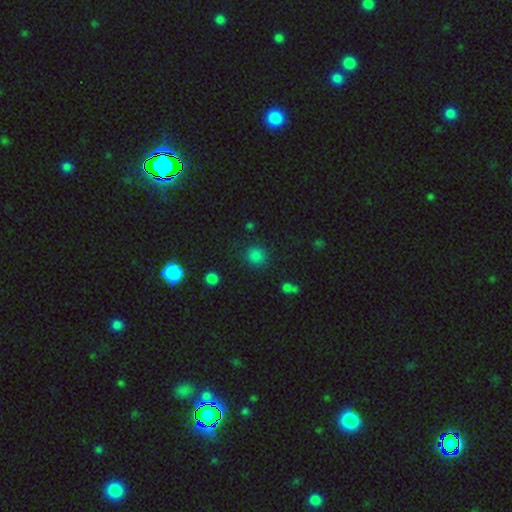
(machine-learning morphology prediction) smooth_or_featured: smooth (p=0.80) [alt: star or artifact p=0.16]
how_rounded: round (p=0.88) [alt: in between p=0.11]
merging: none (p=0.85) [alt: minor disturbance p=0.09]